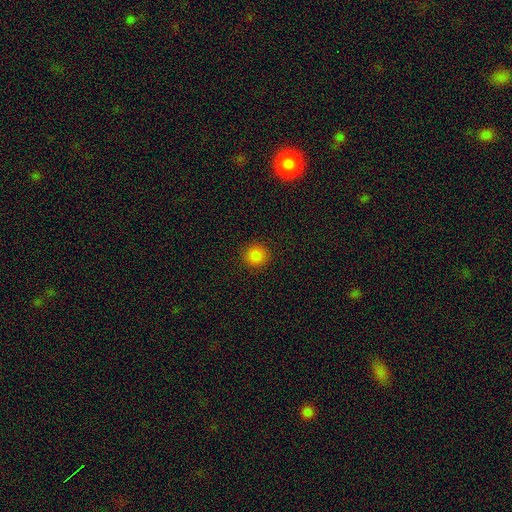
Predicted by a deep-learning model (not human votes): Smooth or featured?
  - smooth: 85% *
  - star or artifact: 12%
  - featured or disk: 3%
How rounded?
  - round: 93% *
  - in between: 6%
  - cigar-shaped: 1%
Merging?
  - none: 91% *
  - minor disturbance: 6%
  - major disturbance: 2%
  - merger: 1%